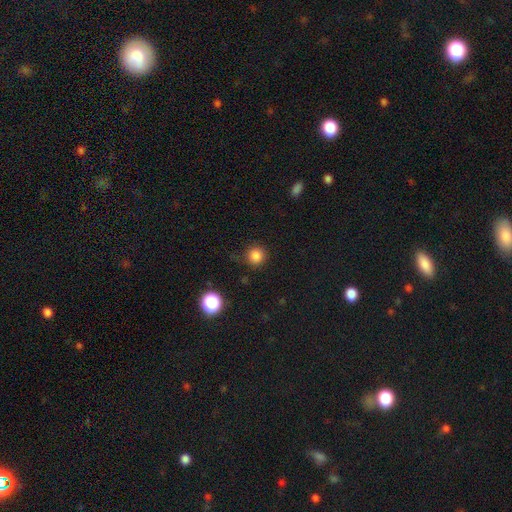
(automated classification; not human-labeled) smooth_or_featured: smooth (p=0.83) [alt: star or artifact p=0.13]
how_rounded: round (p=0.93) [alt: in between p=0.06]
merging: none (p=0.84) [alt: minor disturbance p=0.11]